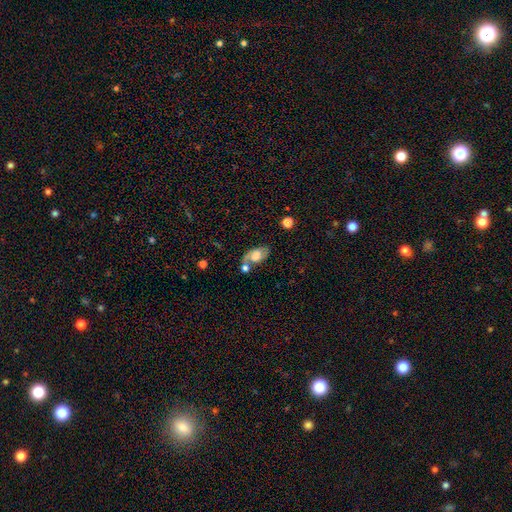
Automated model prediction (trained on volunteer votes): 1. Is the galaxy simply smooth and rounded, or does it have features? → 50% featured or disk, 41% smooth, 9% star or artifact.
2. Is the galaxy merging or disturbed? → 47% none, 23% merger, 20% minor disturbance, 10% major disturbance.